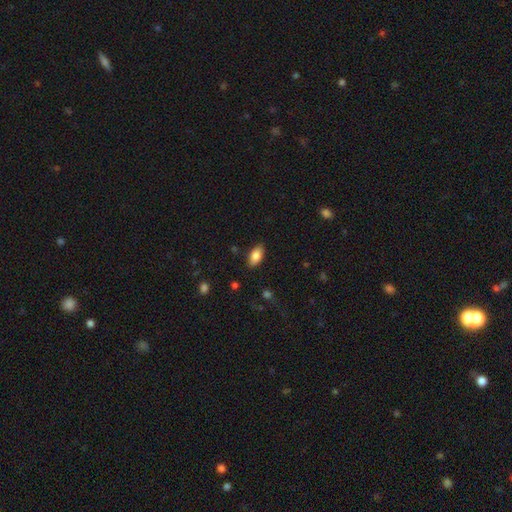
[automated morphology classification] A smooth galaxy with no disk features (83%) that is in between round and cigar-shaped (91%).

Vote fractions:
- Smooth or featured? smooth: 83% / featured or disk: 10% / star or artifact: 7%
- How rounded? in between: 91% / cigar-shaped: 6% / round: 3%
- Merging? none: 85% / minor disturbance: 11% / major disturbance: 2% / merger: 1%